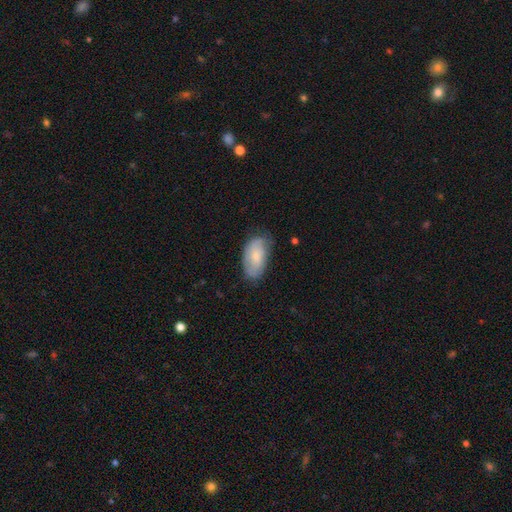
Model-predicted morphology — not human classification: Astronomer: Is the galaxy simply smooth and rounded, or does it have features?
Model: smooth — 68%.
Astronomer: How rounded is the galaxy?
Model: in between — 94%.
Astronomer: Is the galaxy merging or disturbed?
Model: none — 63%.